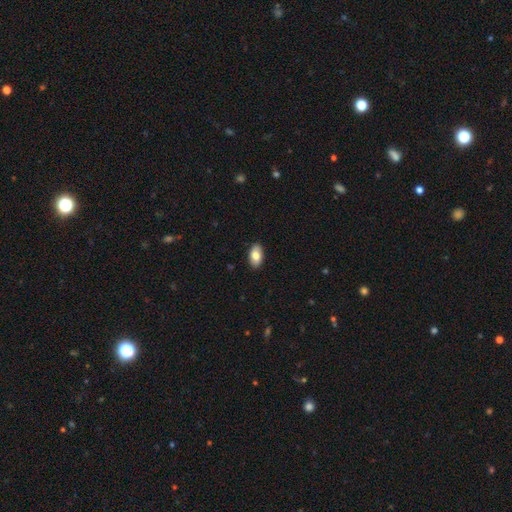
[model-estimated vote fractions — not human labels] Smooth or featured? Predicted: smooth (p=0.79). How rounded? Predicted: in between (p=0.94). Merging? Predicted: none (p=0.89).